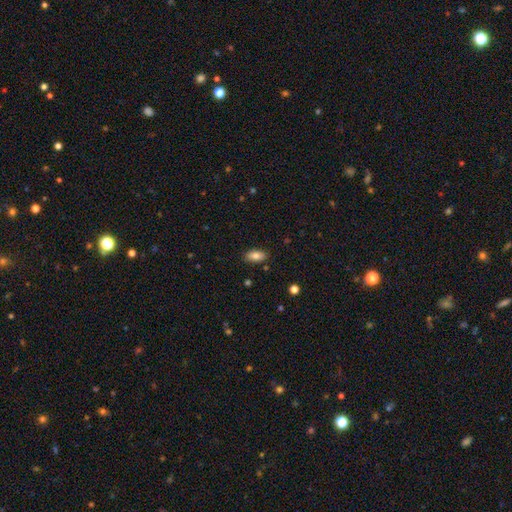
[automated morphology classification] Overall: smooth (83%). How rounded: in between (90%). Merging: none (86%).